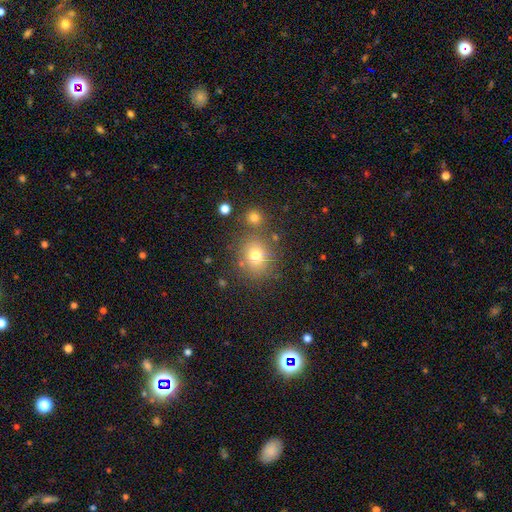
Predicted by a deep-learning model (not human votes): A smooth galaxy with no disk features (74%) that is round (70%). Merging: none (75%).